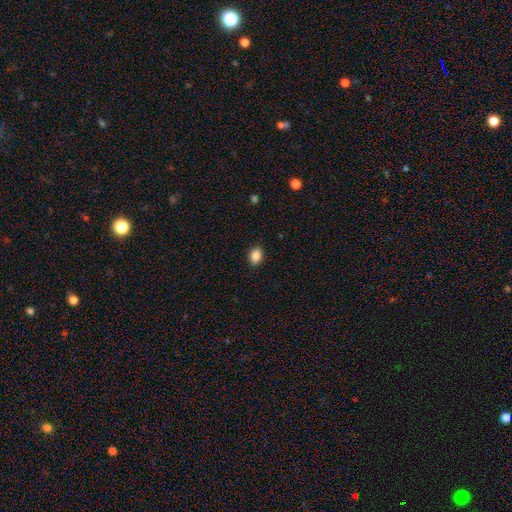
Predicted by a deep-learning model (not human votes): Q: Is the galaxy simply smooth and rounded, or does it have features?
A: smooth — 87%.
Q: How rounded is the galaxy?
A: in between — 77%.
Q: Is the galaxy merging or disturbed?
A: none — 88%.